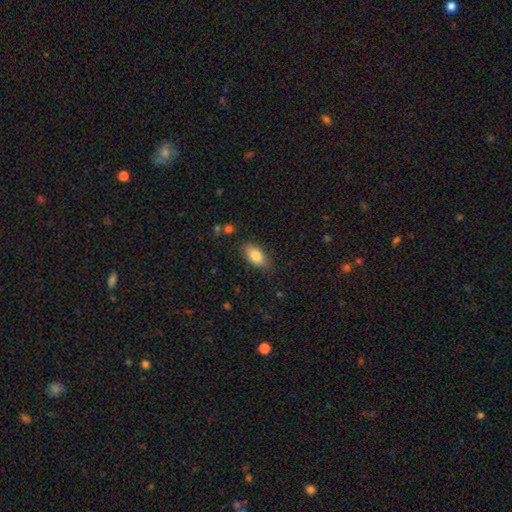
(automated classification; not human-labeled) Morphology: type=smooth (83%); roundness=in between (89%); merging=none (80%).